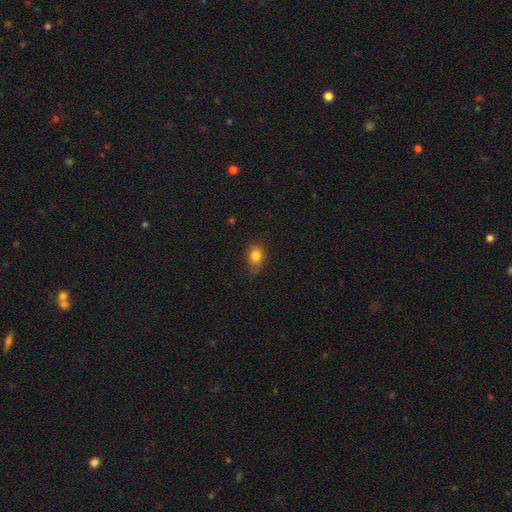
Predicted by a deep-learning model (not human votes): A smooth galaxy with no disk features (83%) that is round (56%). Merging: none (74%).